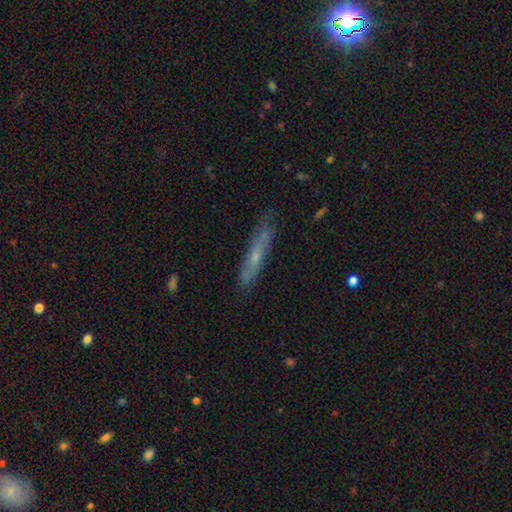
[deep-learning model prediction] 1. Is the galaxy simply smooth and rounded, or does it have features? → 52% featured or disk, 39% smooth, 9% star or artifact.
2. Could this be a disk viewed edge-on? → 80% yes, 20% no.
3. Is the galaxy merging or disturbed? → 80% none, 15% minor disturbance, 3% major disturbance, 2% merger.